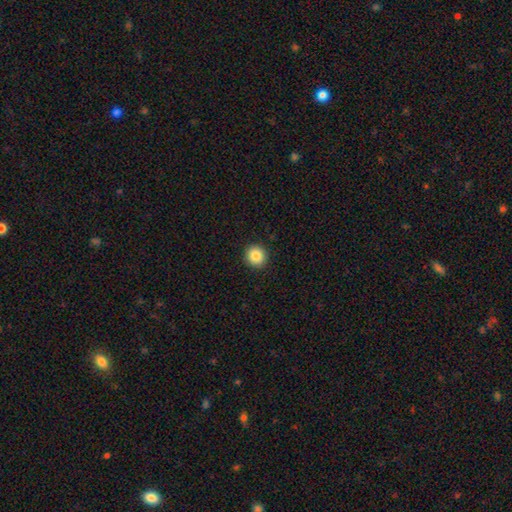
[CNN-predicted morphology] Overall: smooth (86%). How rounded: round (93%). Merging: none (93%).